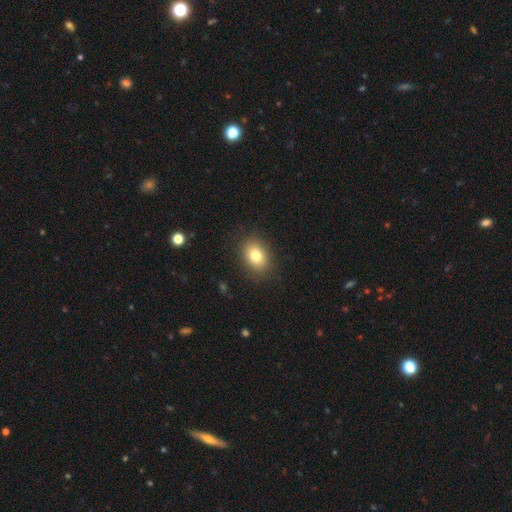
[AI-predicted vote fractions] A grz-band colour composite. It shows a smooth galaxy with no disk features (79%) that is in between round and cigar-shaped (62%). Merging: none (87%).